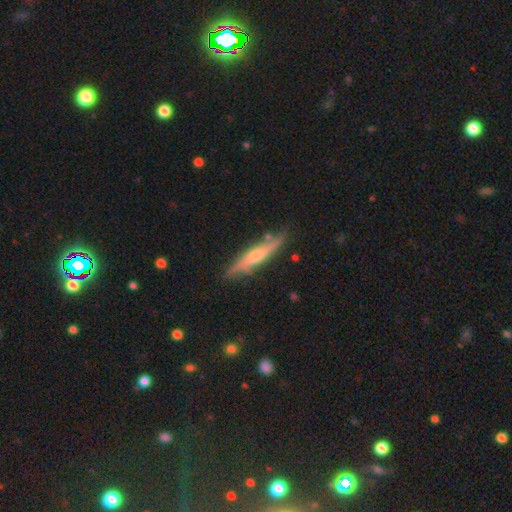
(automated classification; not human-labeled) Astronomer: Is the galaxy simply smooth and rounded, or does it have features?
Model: featured or disk — 56% (runner-up: smooth, 38%).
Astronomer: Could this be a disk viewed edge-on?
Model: yes — 87%.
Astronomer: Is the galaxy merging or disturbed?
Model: none — 78%.